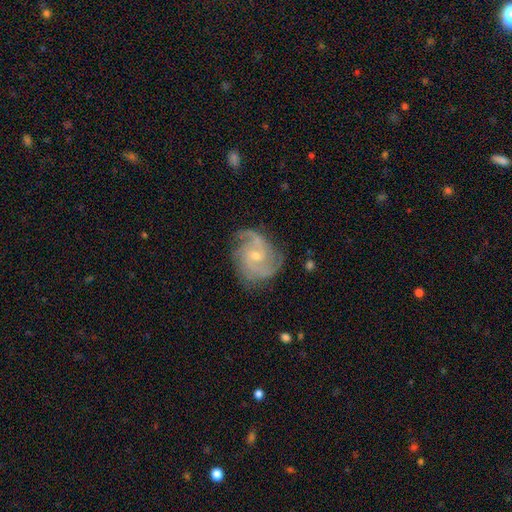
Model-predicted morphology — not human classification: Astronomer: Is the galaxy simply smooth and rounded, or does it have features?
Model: featured or disk — 88%.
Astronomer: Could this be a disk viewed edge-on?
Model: no — 98%.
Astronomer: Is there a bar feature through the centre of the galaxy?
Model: no — 61%.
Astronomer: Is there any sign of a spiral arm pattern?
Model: yes — 97%.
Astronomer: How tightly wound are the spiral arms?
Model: medium — 47% (runner-up: tight, 41%).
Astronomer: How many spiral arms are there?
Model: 3 — 37% (runner-up: 2, 32%).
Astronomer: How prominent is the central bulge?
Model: small — 64%.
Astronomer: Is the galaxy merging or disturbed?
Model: none — 73%.